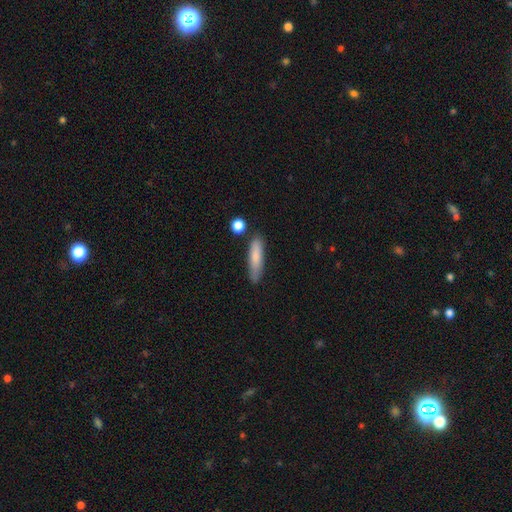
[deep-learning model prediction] smooth-or-featured: smooth: 78% | featured or disk: 16% | star or artifact: 6%
  how-rounded: cigar-shaped: 77% | in between: 21% | round: 2%
  merging: none: 77% | minor disturbance: 15% | merger: 5% | major disturbance: 3%